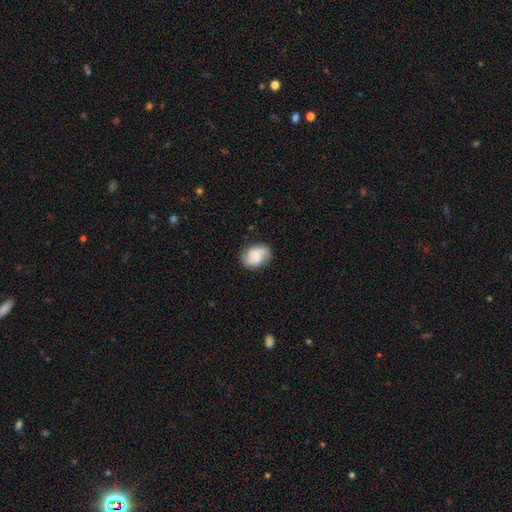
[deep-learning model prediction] smooth_or_featured: featured or disk (p=0.64) [alt: smooth p=0.28]
disk_edge_on: no (p=0.98) [alt: yes p=0.02]
bar: no (p=0.52) [alt: weak p=0.39]
has_spiral_arms: yes (p=0.94) [alt: no p=0.06]
spiral_winding: medium (p=0.46) [alt: tight p=0.29]
spiral_arm_count: 2 (p=0.86) [alt: can't tell p=0.06]
bulge_size: small (p=0.43) [alt: moderate p=0.29]
merging: none (p=0.79) [alt: minor disturbance p=0.15]